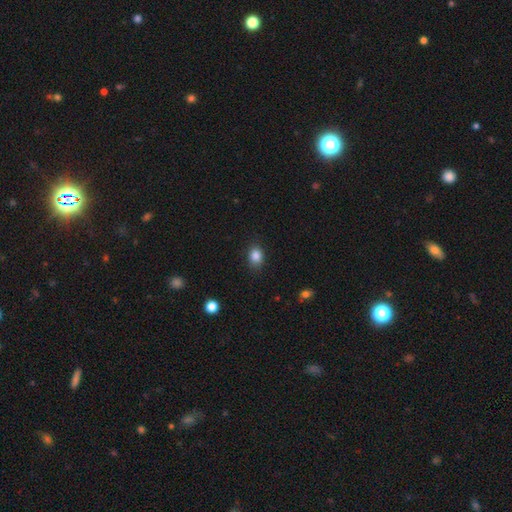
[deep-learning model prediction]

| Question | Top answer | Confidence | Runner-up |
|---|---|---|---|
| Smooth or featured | smooth | 86% | star or artifact (10%) |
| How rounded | in between | 59% | round (40%) |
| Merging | none | 85% | minor disturbance (11%) |